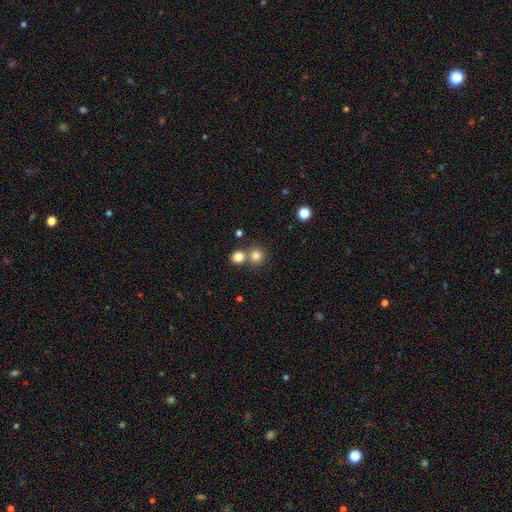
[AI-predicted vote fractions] The model was most divided on "merging": none: 58%, merger: 33%, minor disturbance: 6%, major disturbance: 2%. More confident: how rounded — round (91%); smooth or featured — smooth (80%).